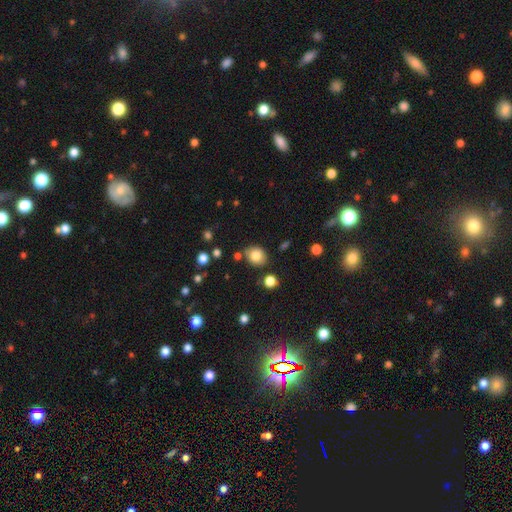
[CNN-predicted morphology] Smooth or featured?
  - smooth: 82% *
  - star or artifact: 10%
  - featured or disk: 8%
How rounded?
  - round: 58% *
  - in between: 41%
  - cigar-shaped: 1%
Merging?
  - none: 79% *
  - minor disturbance: 12%
  - merger: 6%
  - major disturbance: 3%